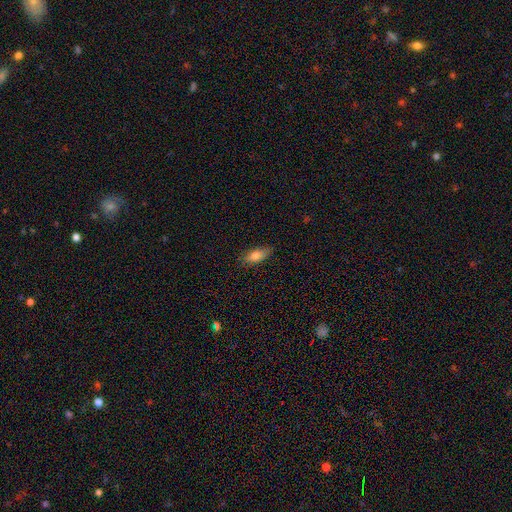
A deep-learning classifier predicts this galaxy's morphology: Overall: smooth (82%). How rounded: in between (80%). Merging: none (82%).